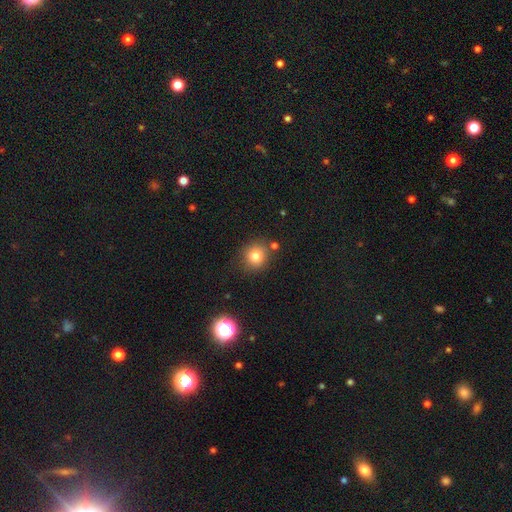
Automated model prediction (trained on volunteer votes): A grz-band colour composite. It shows a smooth galaxy with no disk features (79%) that is round (85%). Merging: none (79%).